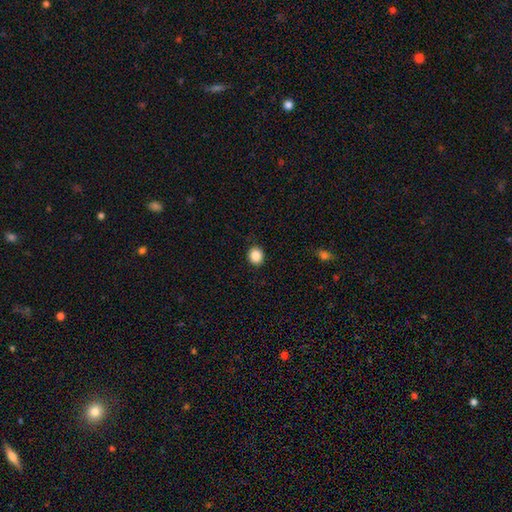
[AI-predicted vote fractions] Q: Smooth or featured?
A: smooth (87%); runner-up: star or artifact (9%)
Q: How rounded?
A: round (74%); runner-up: in between (25%)
Q: Merging?
A: none (90%); runner-up: minor disturbance (7%)